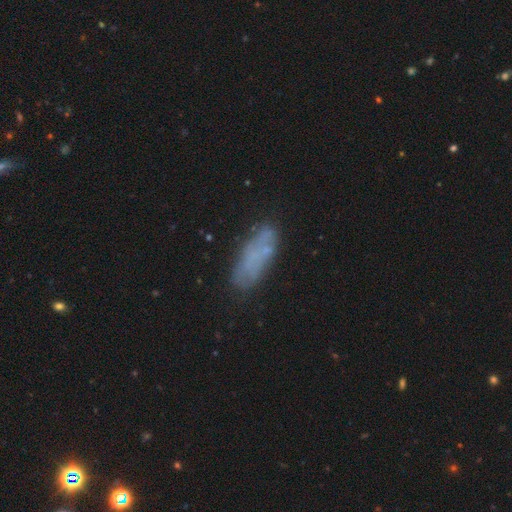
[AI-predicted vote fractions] Smooth or featured?
  - smooth: 54% *
  - featured or disk: 35%
  - star or artifact: 12%
How rounded?
  - in between: 64% *
  - cigar-shaped: 33%
  - round: 3%
Merging?
  - none: 70% *
  - minor disturbance: 18%
  - major disturbance: 7%
  - merger: 5%